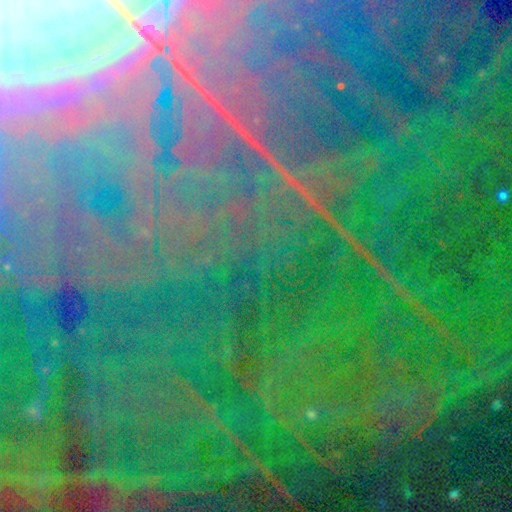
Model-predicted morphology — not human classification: This is clearly a star or artifact rather than a galaxy (88%).